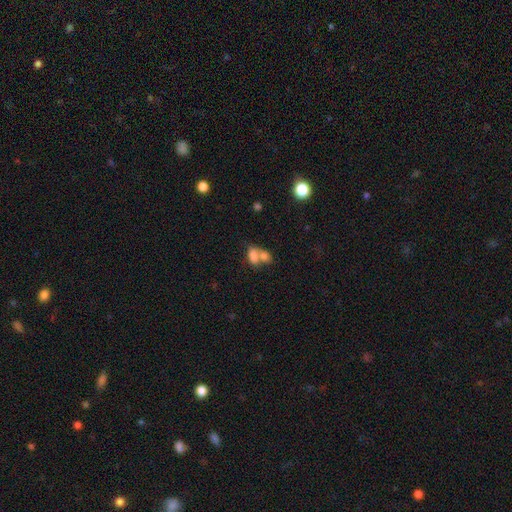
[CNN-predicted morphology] smooth 77%, featured or disk 13%, star or artifact 9%. Down the decision tree: how rounded — in between (85%); merging — merger (67%).